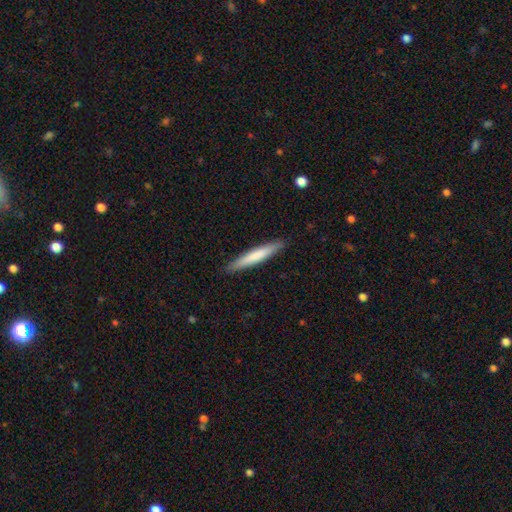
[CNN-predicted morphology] smooth 70%, featured or disk 26%, star or artifact 5%. Down the decision tree: how rounded — cigar-shaped (95%); merging — none (91%).